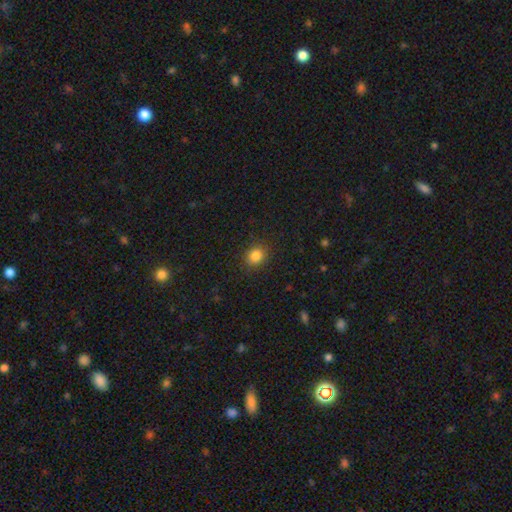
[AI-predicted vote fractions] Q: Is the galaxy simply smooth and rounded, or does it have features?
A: smooth — 84%.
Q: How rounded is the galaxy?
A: round — 77%.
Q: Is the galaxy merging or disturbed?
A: none — 89%.